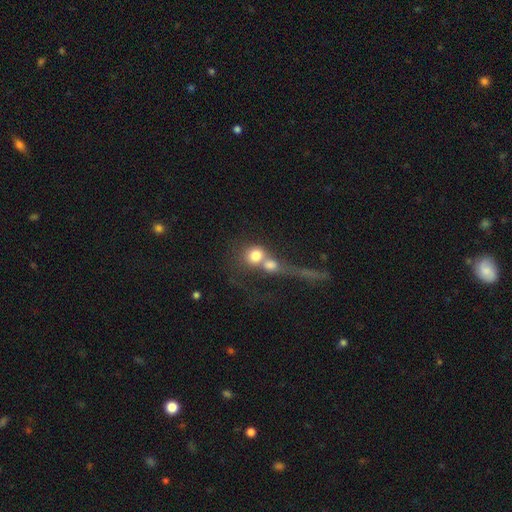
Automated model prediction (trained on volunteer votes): smooth-or-featured: smooth: 70% | featured or disk: 18% | star or artifact: 11%
  how-rounded: round: 77% | in between: 19% | cigar-shaped: 3%
  merging: merger: 64% | none: 22% | major disturbance: 9% | minor disturbance: 6%